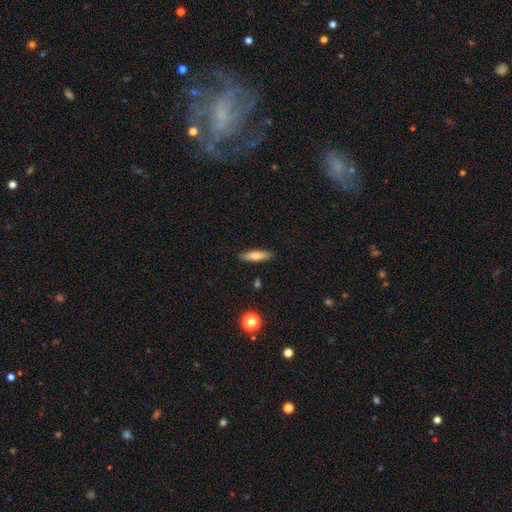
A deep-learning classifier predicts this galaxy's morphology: smooth_or_featured: smooth (p=0.72) [alt: featured or disk p=0.21]
how_rounded: cigar-shaped (p=0.70) [alt: in between p=0.28]
merging: none (p=0.88) [alt: minor disturbance p=0.08]